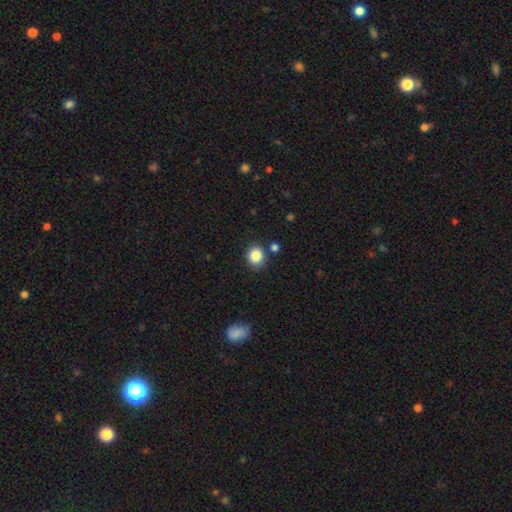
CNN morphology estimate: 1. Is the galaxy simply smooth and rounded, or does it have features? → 85% smooth, 10% star or artifact, 4% featured or disk.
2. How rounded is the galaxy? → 83% round, 16% in between, 1% cigar-shaped.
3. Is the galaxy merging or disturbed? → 82% none, 9% minor disturbance, 6% merger, 3% major disturbance.